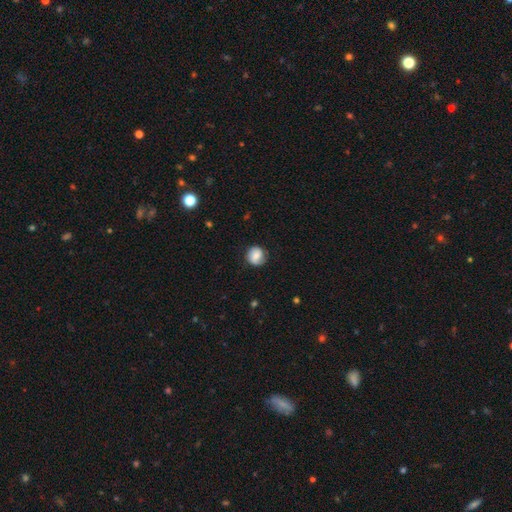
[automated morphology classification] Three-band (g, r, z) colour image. It shows a smooth galaxy with no disk features (64%) that is round (86%). Merging: none (77%).